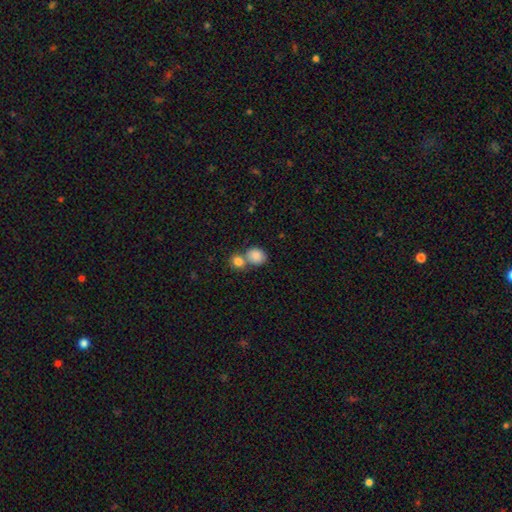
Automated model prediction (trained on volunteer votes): Smooth or featured?
  - smooth: 86% *
  - star or artifact: 8%
  - featured or disk: 6%
How rounded?
  - round: 65% *
  - in between: 34%
  - cigar-shaped: 1%
Merging?
  - merger: 46% *
  - none: 42%
  - minor disturbance: 8%
  - major disturbance: 3%